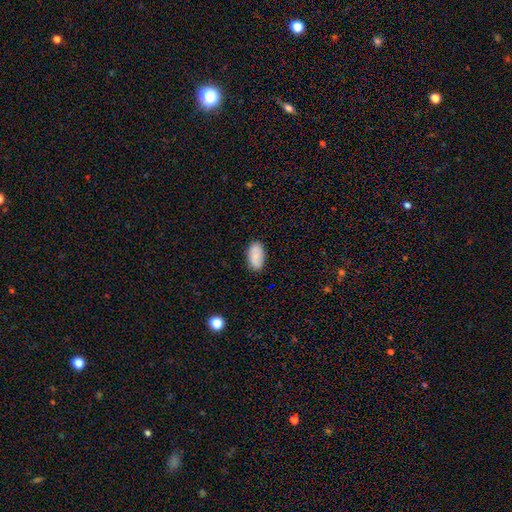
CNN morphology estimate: type=smooth (86%); roundness=in between (94%); merging=none (86%).